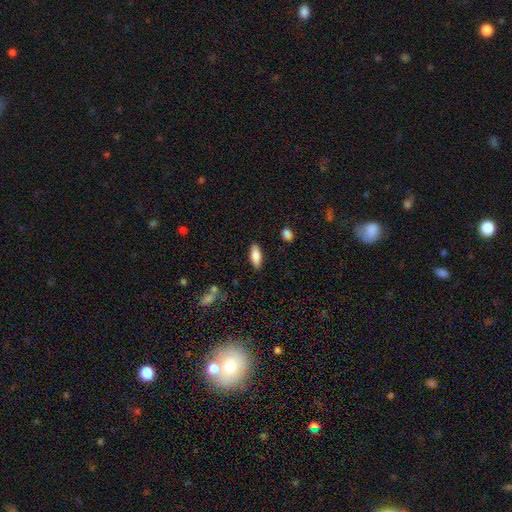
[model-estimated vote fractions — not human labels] A smooth galaxy with no disk features (83%) that is in between round and cigar-shaped (73%). Merging: none (86%).